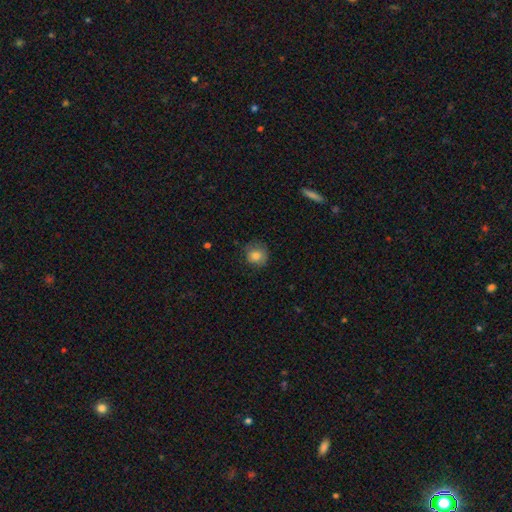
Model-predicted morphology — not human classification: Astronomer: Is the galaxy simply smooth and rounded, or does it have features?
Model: smooth — 80%.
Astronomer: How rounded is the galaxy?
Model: round — 86%.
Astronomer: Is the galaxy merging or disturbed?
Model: none — 72%.